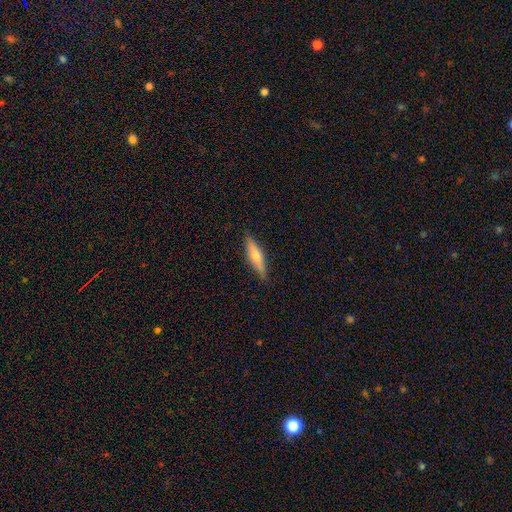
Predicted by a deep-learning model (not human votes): featured or disk 50%, smooth 43%, star or artifact 6%. Down the decision tree: edge-on disk — yes (93%); merging — none (87%).